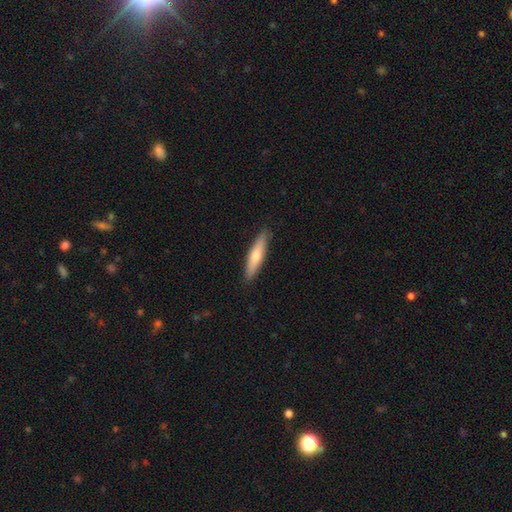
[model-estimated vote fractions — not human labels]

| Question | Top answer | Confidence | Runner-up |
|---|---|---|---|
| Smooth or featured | smooth | 60% | featured or disk (34%) |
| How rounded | cigar-shaped | 83% | in between (15%) |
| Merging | none | 90% | minor disturbance (7%) |